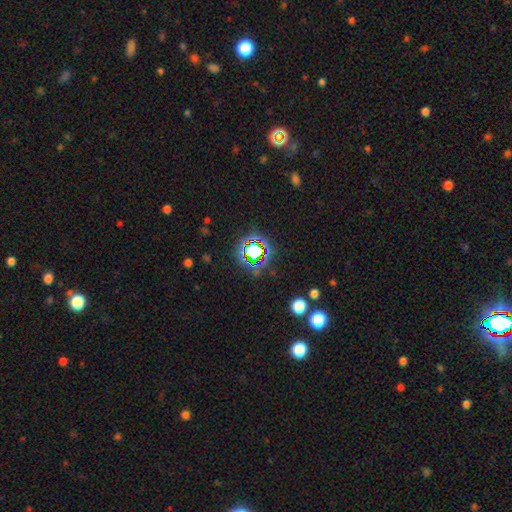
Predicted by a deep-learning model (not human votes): This appears to be a star or artifact, not a galaxy (67%).